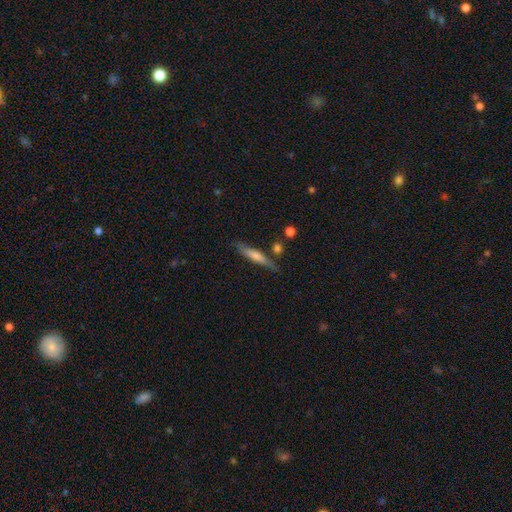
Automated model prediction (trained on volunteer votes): This is possibly a smooth galaxy (53%). How rounded: clearly cigar-shaped (90%). Merging: likely none (78%).